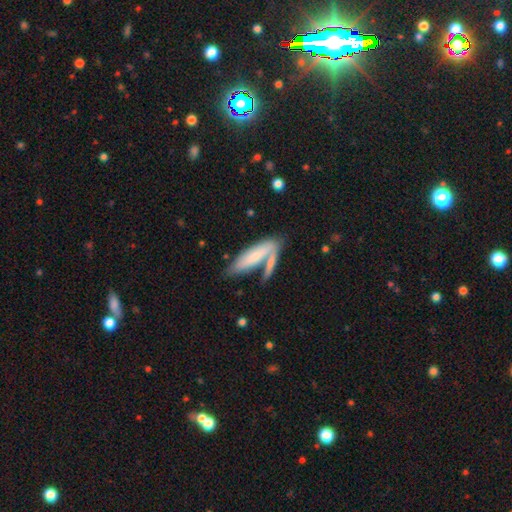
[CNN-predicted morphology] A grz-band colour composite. It shows a smooth galaxy with no disk features (65%) that is cigar-shaped (59%). Merging: none (42%).